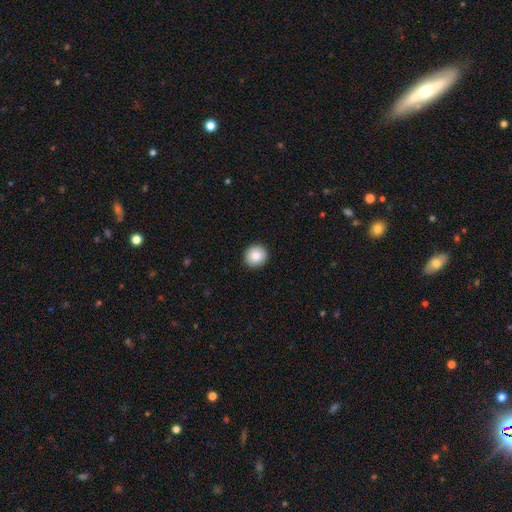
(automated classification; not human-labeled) This is clearly a smooth galaxy (87%). How rounded: clearly round (90%). Merging: clearly none (92%).